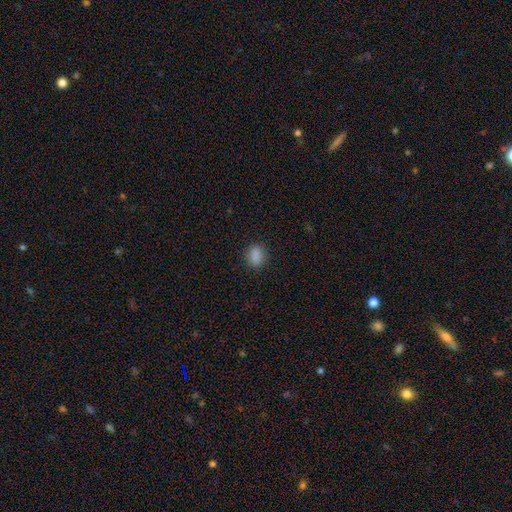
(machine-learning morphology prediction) This is clearly a smooth galaxy (86%). How rounded: likely in between (60%). Merging: clearly none (87%).